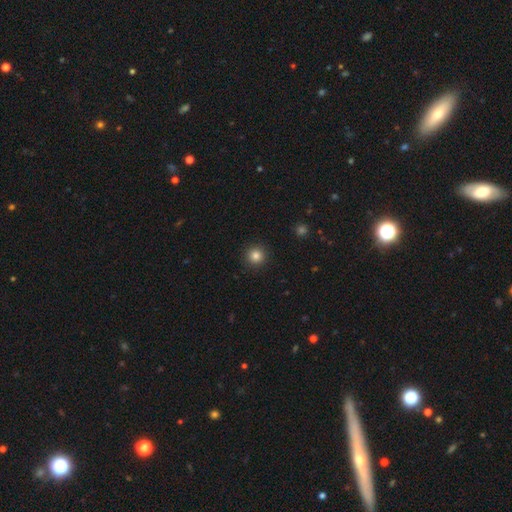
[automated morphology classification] smooth 84%, star or artifact 11%, featured or disk 5%. Down the decision tree: how rounded — round (95%); merging — none (92%).